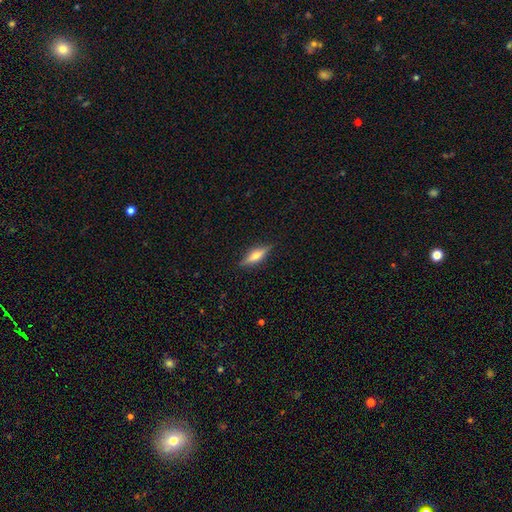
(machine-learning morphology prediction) featured or disk 56%, smooth 37%, star or artifact 7%. Down the decision tree: edge-on disk — yes (94%); edge-on bulge — rounded (89%); merging — none (86%).